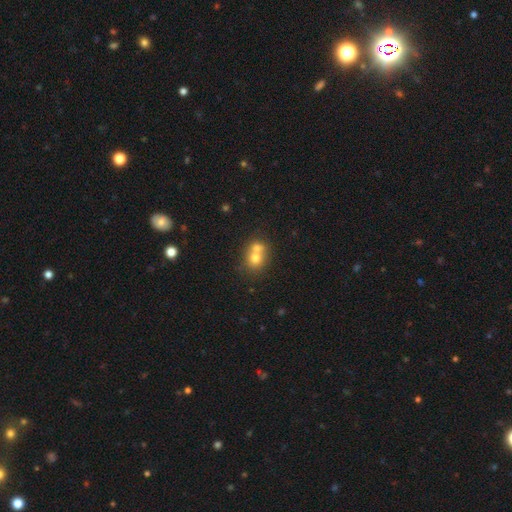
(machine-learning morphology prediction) Smooth or featured? smooth (69%)
How rounded? round (71%)
Merging? merger (65%)